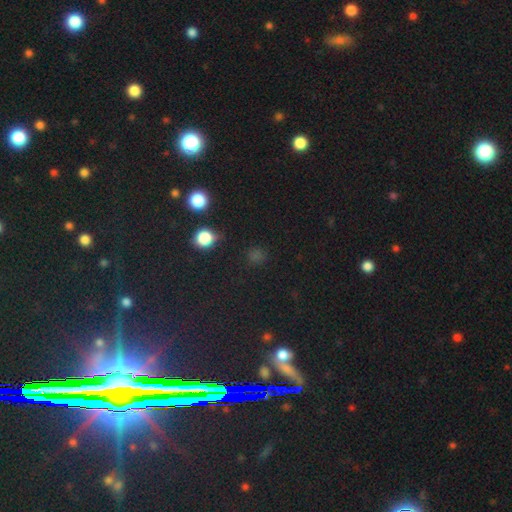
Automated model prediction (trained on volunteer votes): smooth_or_featured: smooth (p=0.56) [alt: star or artifact p=0.38]
how_rounded: round (p=0.89) [alt: in between p=0.10]
merging: none (p=0.83) [alt: minor disturbance p=0.09]